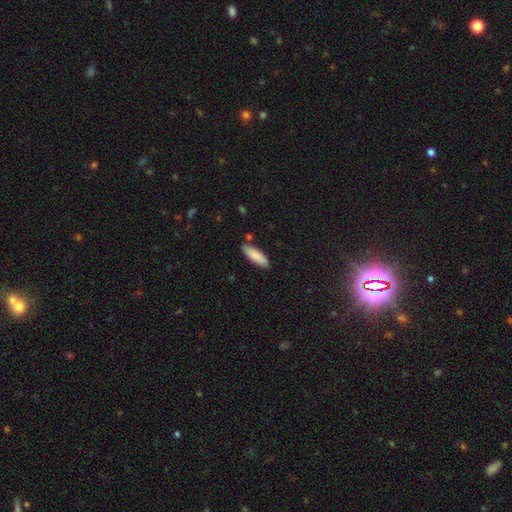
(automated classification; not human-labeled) This is clearly a smooth galaxy (86%). How rounded: possibly in between (50%). Merging: clearly none (83%).